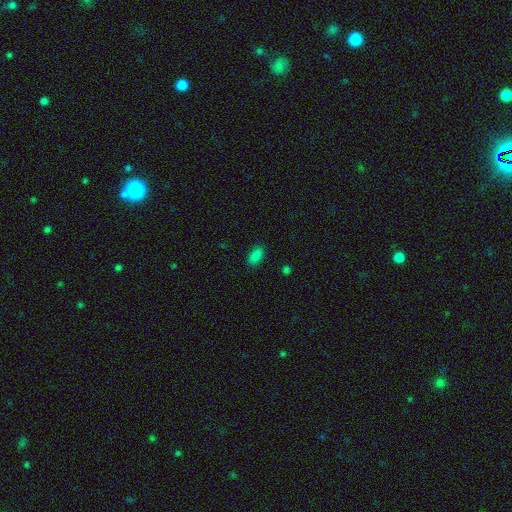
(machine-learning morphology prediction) smooth_or_featured: smooth (p=0.85) [alt: star or artifact p=0.12]
how_rounded: in between (p=0.93) [alt: round p=0.05]
merging: none (p=0.87) [alt: minor disturbance p=0.09]